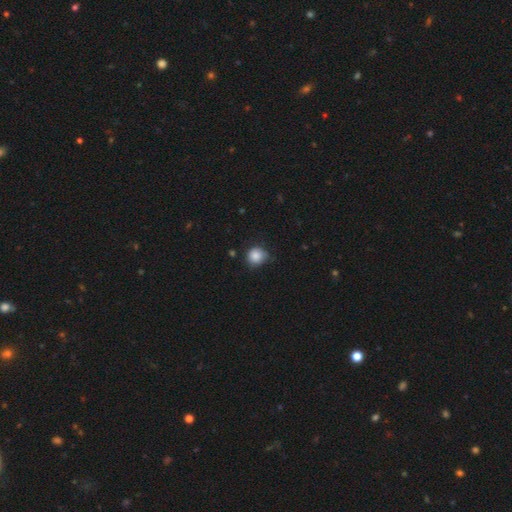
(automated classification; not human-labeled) smooth 86%, star or artifact 9%, featured or disk 5%. Down the decision tree: how rounded — round (90%); merging — none (67%).